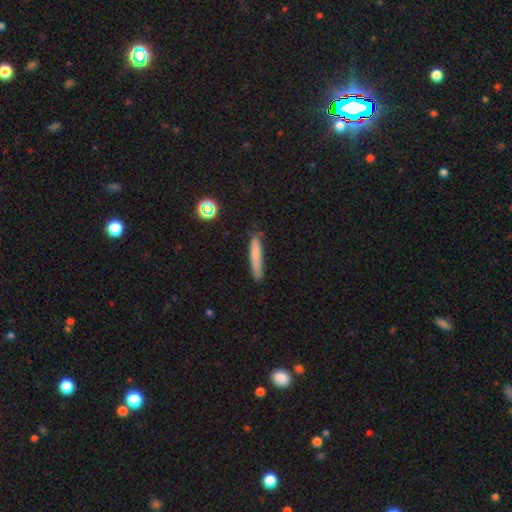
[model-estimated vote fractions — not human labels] Morphology: type=smooth (75%); roundness=cigar-shaped (93%); merging=none (77%).